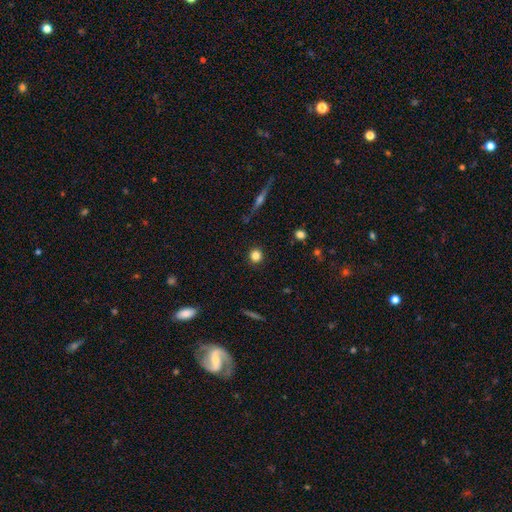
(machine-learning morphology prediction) This appears to be a smooth galaxy with no disk features (83%) that is round (92%). Merging: none (90%).